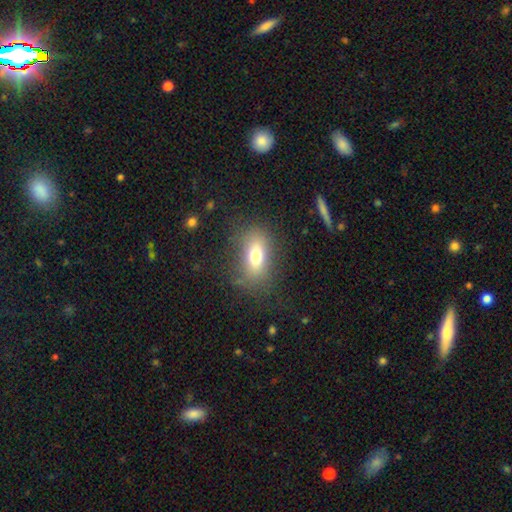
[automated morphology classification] smooth_or_featured: smooth (p=0.71) [alt: featured or disk p=0.17]
how_rounded: in between (p=0.78) [alt: round p=0.17]
merging: none (p=0.75) [alt: minor disturbance p=0.15]